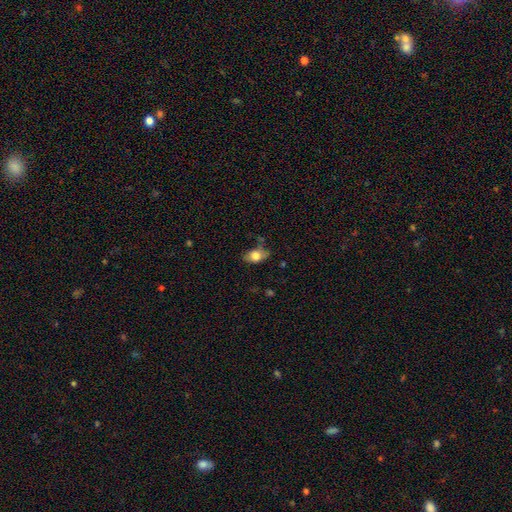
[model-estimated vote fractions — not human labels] This appears to be a smooth galaxy with no disk features (78%) that is in between round and cigar-shaped (86%). Merging: none (63%).